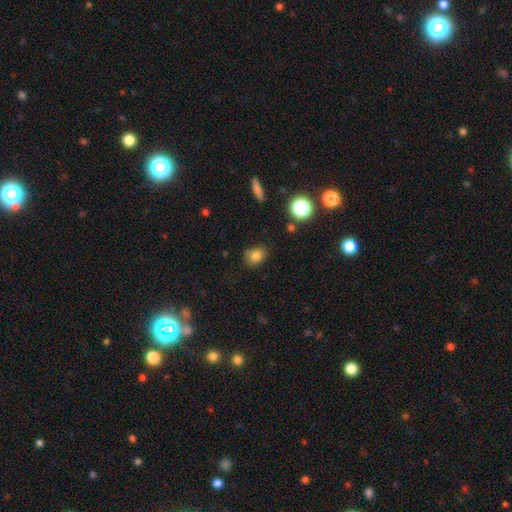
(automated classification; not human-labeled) smooth-or-featured: smooth: 80% | star or artifact: 13% | featured or disk: 7%
  how-rounded: round: 53% | in between: 46% | cigar-shaped: 1%
  merging: none: 76% | minor disturbance: 18% | major disturbance: 4% | merger: 3%